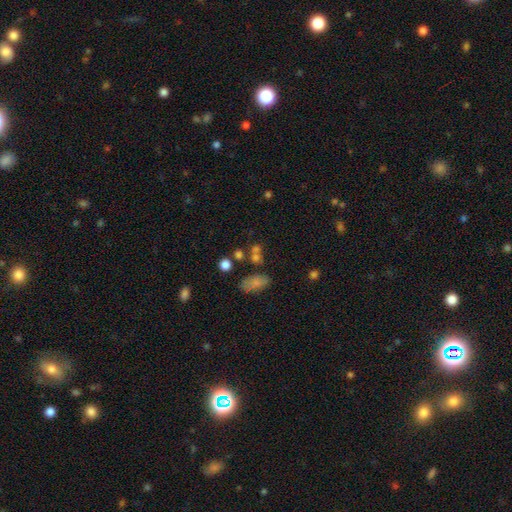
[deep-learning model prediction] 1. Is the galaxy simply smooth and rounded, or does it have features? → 58% smooth, 26% star or artifact, 17% featured or disk.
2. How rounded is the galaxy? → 68% in between, 26% round, 7% cigar-shaped.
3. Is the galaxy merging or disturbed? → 58% none, 18% merger, 16% minor disturbance, 8% major disturbance.